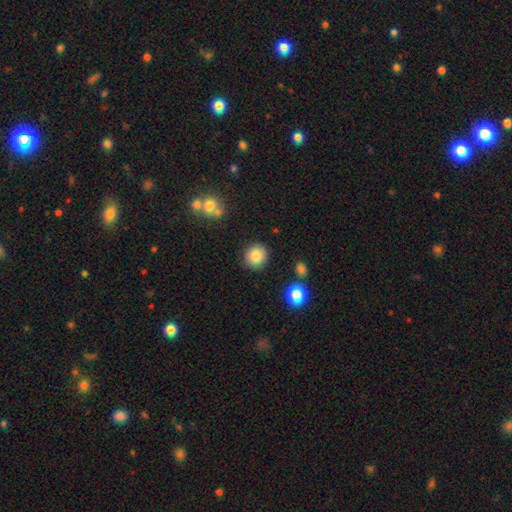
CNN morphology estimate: type=smooth (86%); roundness=round (88%); merging=none (88%).